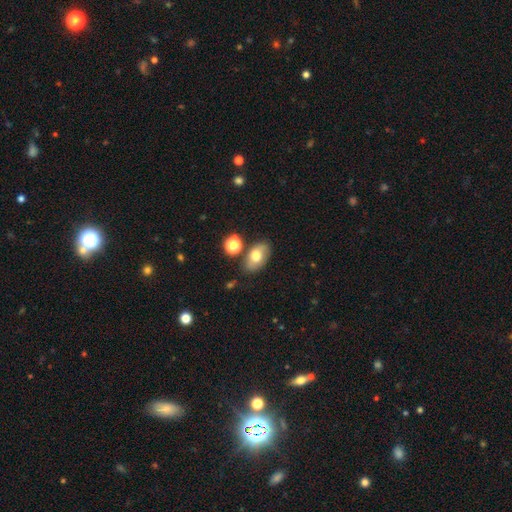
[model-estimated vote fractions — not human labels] Smooth or featured? smooth (68%)
How rounded? in between (89%)
Merging? none (75%)